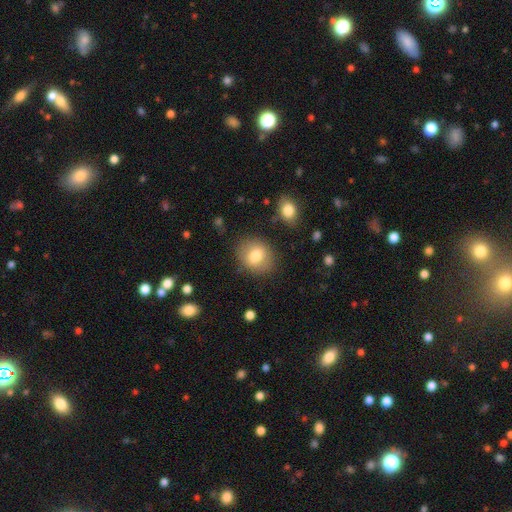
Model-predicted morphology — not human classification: A smooth galaxy with no disk features (76%) that is round (64%).

Vote fractions:
- Smooth or featured? smooth: 76% / featured or disk: 15% / star or artifact: 9%
- How rounded? round: 64% / in between: 35% / cigar-shaped: 1%
- Merging? none: 84% / minor disturbance: 11% / major disturbance: 4% / merger: 2%